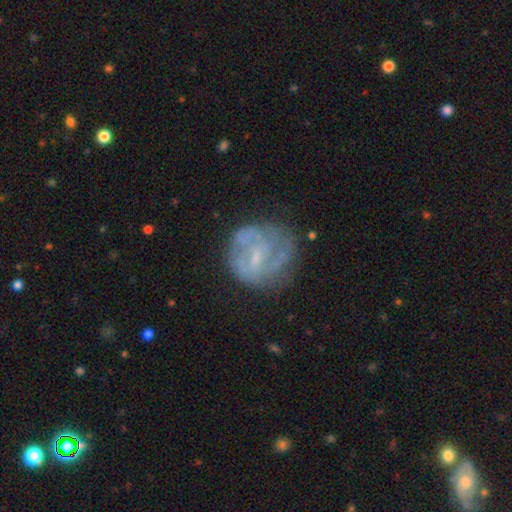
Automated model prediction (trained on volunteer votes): featured or disk 70%, smooth 21%, star or artifact 8%. Down the decision tree: edge-on disk — no (98%); bar — weak (50%); spiral arms — yes (77%); spiral arm count — can't tell (38%); spiral winding — tight (44%); bulge size — small (62%); merging — none (64%).